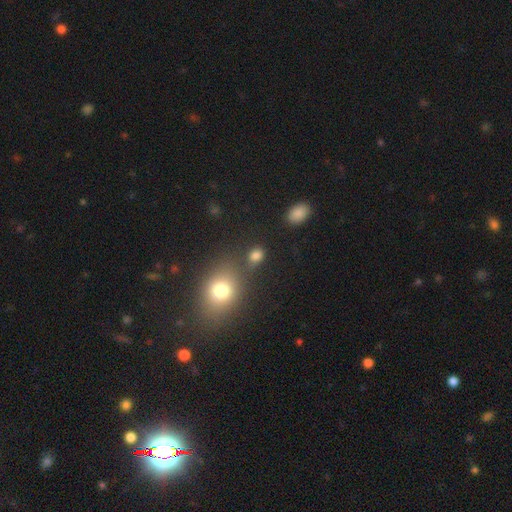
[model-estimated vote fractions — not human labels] Q: Smooth or featured?
A: smooth (78%); runner-up: star or artifact (15%)
Q: How rounded?
A: round (53%); runner-up: in between (45%)
Q: Merging?
A: none (67%); runner-up: merger (15%)